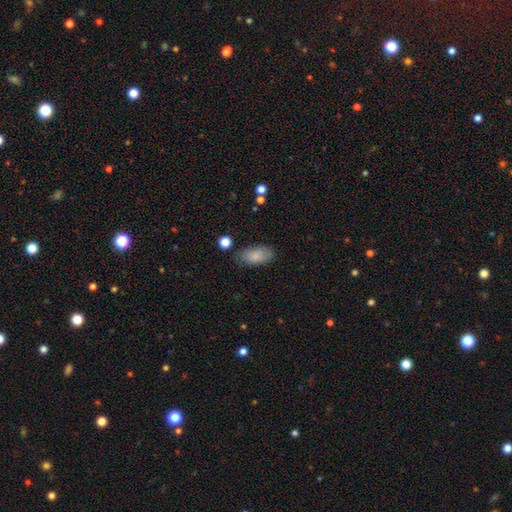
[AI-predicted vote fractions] smooth_or_featured: smooth (p=0.85) [alt: featured or disk p=0.08]
how_rounded: in between (p=0.93) [alt: cigar-shaped p=0.04]
merging: none (p=0.76) [alt: minor disturbance p=0.17]